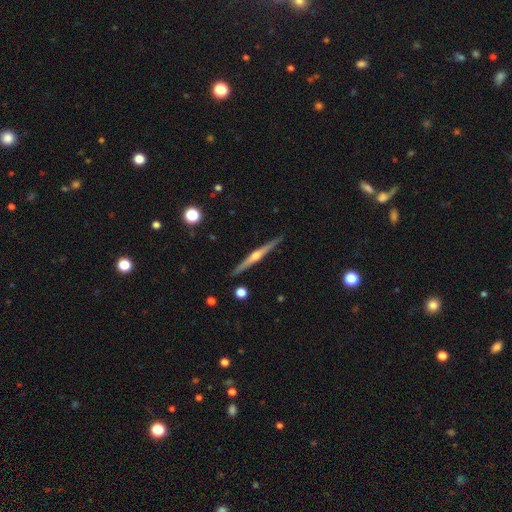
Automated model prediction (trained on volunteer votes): A featured or disk galaxy (80%) viewed edge-on (98%) with a rounded central bulge (90%).

Vote fractions:
- Smooth or featured? featured or disk: 80% / smooth: 15% / star or artifact: 5%
- Edge-on disk? yes: 98% / no: 2%
- Edge-on bulge? rounded: 90% / none: 6% / boxy: 4%
- Merging? none: 91% / minor disturbance: 6% / merger: 1% / major disturbance: 1%